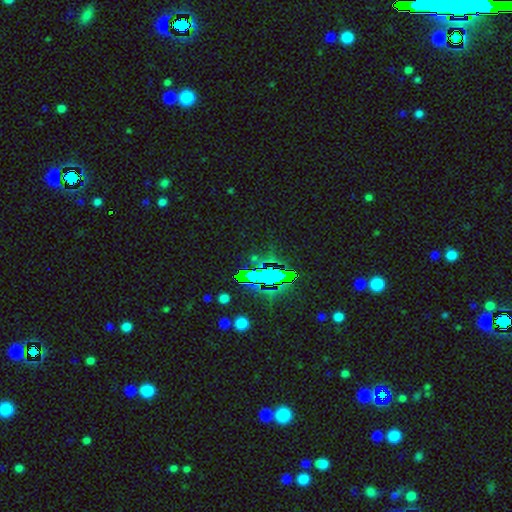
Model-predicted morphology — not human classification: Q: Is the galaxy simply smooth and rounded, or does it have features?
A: star or artifact — 79%.